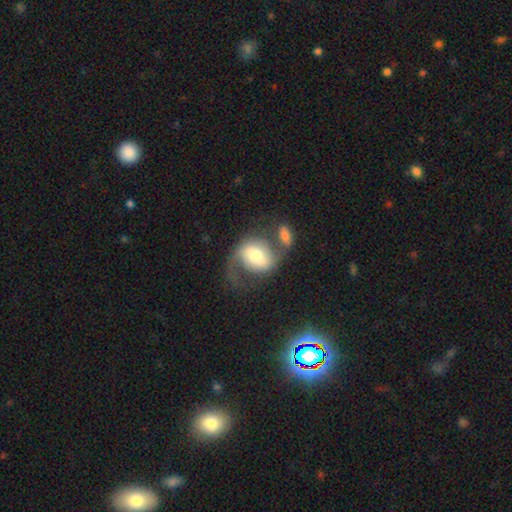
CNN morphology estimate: type=featured or disk (58%); edge-on=no (96%); bar=no (40%); spiral arms=yes (84%); bulge=moderate (55%); merging=none (36%).